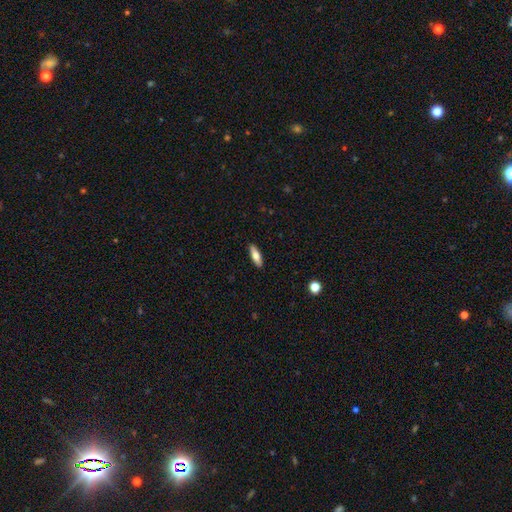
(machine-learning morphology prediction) The model was most divided on "how rounded": in between: 56%, cigar-shaped: 41%, round: 2%. More confident: merging — none (90%); smooth or featured — smooth (68%).